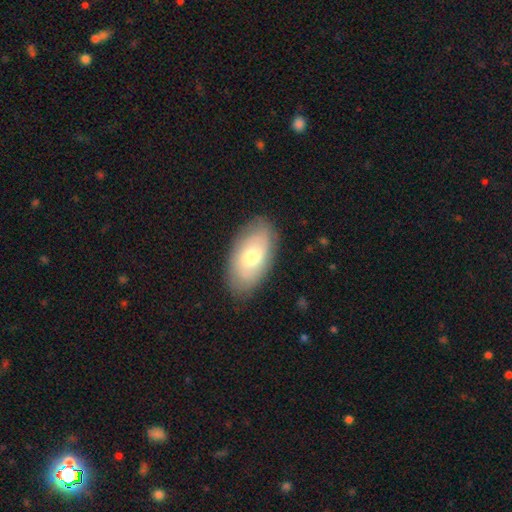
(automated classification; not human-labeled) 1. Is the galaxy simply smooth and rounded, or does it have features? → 60% smooth, 33% featured or disk, 7% star or artifact.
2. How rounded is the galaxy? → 94% in between, 4% round, 3% cigar-shaped.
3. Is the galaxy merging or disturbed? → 84% none, 12% minor disturbance, 3% major disturbance, 1% merger.